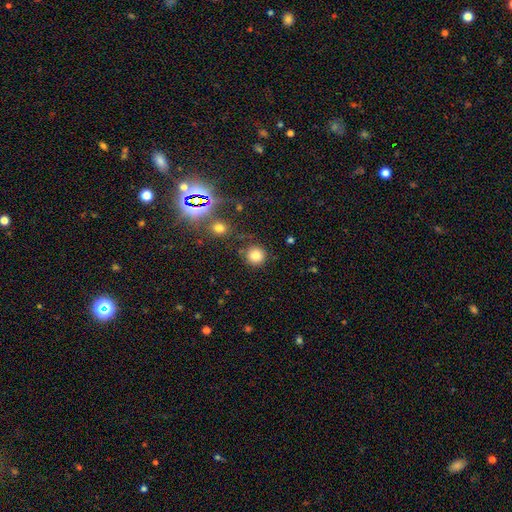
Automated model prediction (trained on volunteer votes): This appears to be a smooth galaxy with no disk features (78%) that is round (93%). Merging: none (83%).